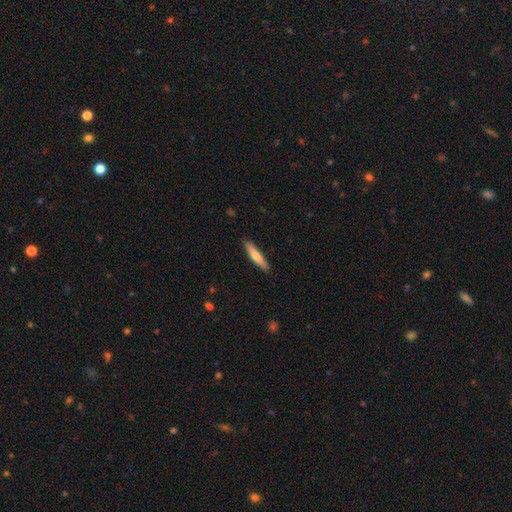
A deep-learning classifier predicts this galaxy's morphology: A smooth galaxy with no disk features (64%) that is cigar-shaped (87%). Merging: none (90%).